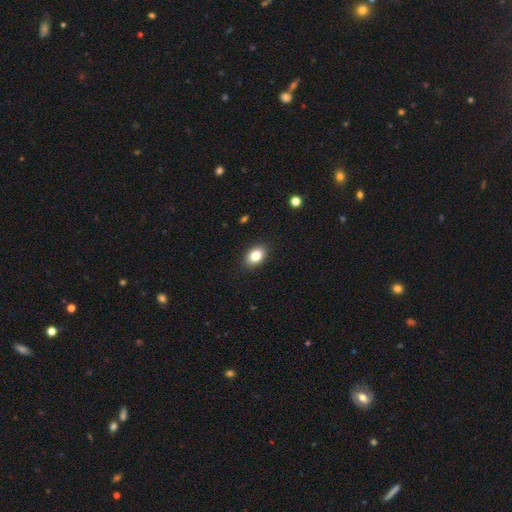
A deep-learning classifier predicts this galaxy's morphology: This is clearly a smooth galaxy (83%). How rounded: clearly in between (83%). Merging: clearly none (89%).